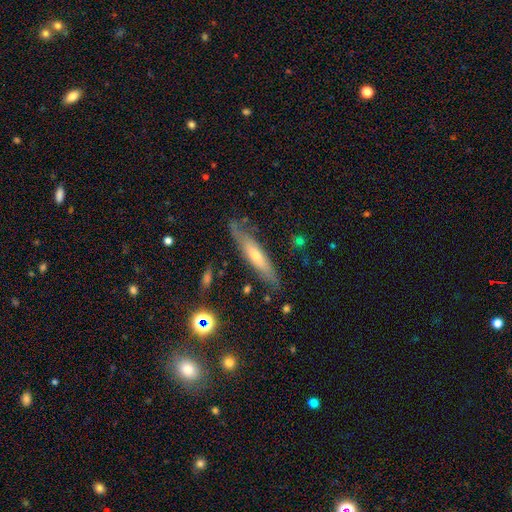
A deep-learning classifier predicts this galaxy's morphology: Overall: featured or disk (54%; smooth 38%). Edge-on disk: yes (72%). Merging: none (75%).